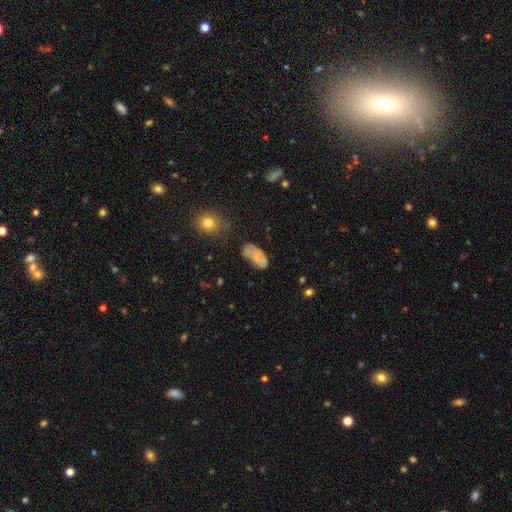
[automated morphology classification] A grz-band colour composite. It shows a smooth galaxy with no disk features (62%) that is in between round and cigar-shaped (92%). Merging: none (41%).